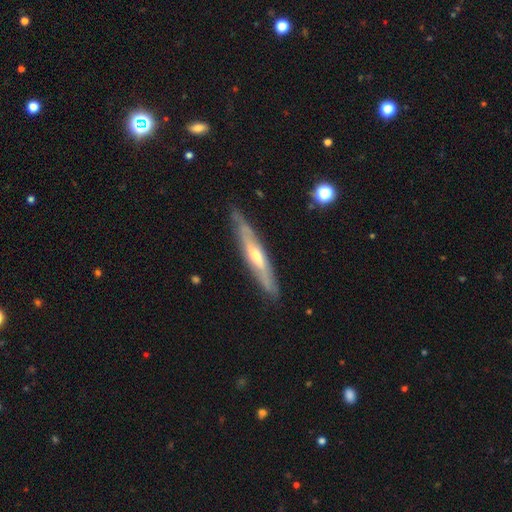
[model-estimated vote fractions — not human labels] This appears to be a featured or disk galaxy (66%) viewed edge-on (79%) with a rounded central bulge (59%). Merging: none (81%).